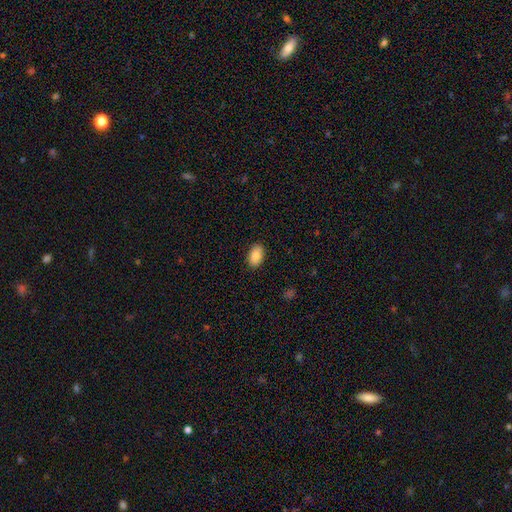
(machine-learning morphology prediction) smooth-or-featured: smooth: 85% | featured or disk: 8% | star or artifact: 7%
  how-rounded: in between: 89% | round: 10% | cigar-shaped: 1%
  merging: none: 89% | minor disturbance: 8% | major disturbance: 2% | merger: 1%